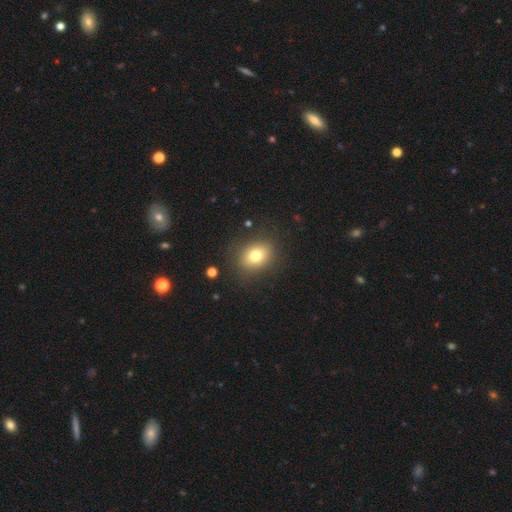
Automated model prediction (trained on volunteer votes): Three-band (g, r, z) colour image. It shows a smooth galaxy with no disk features (76%) that is in between round and cigar-shaped (52%). Merging: none (84%).